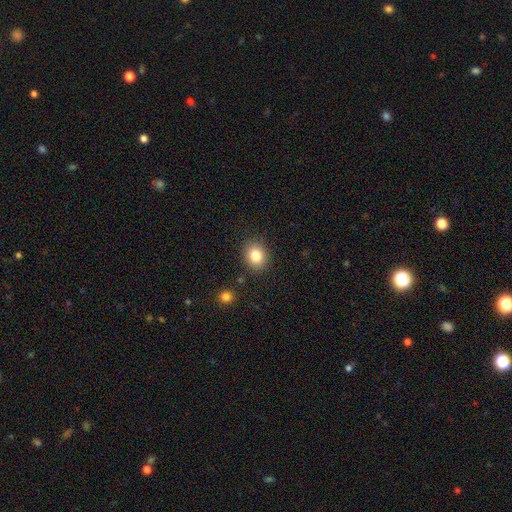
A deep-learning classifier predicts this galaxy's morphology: Smooth or featured?
  - smooth: 83% *
  - star or artifact: 10%
  - featured or disk: 7%
How rounded?
  - round: 60% *
  - in between: 40%
  - cigar-shaped: 1%
Merging?
  - none: 86% *
  - minor disturbance: 9%
  - major disturbance: 3%
  - merger: 2%